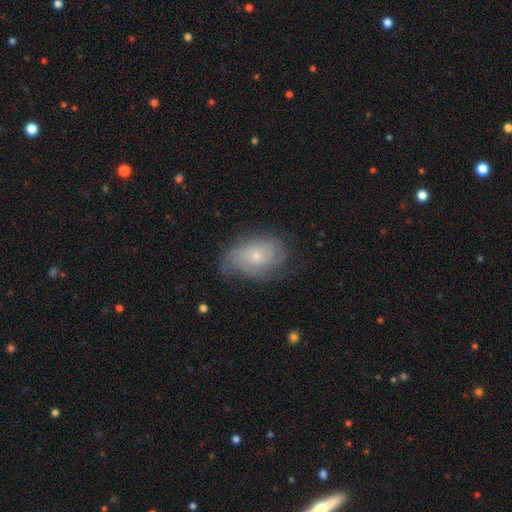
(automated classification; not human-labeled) Morphology: type=featured or disk (62%); edge-on=no (96%); bar=no (81%); spiral arms=yes (86%); winding=tight (56%); arm count=can't tell (52%); bulge=small (65%); merging=none (64%).